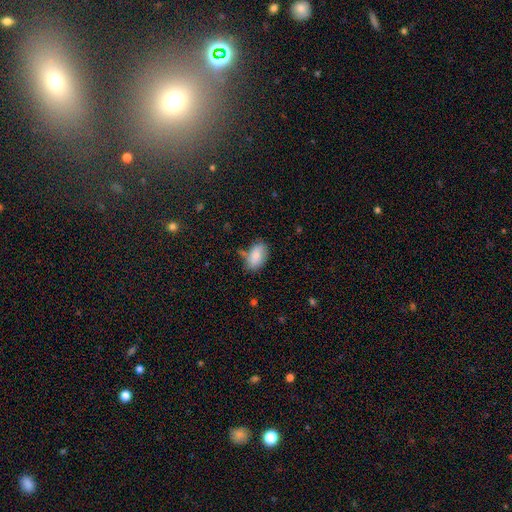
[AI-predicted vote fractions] This is clearly a smooth galaxy (83%). How rounded: clearly in between (92%). Merging: likely none (65%).